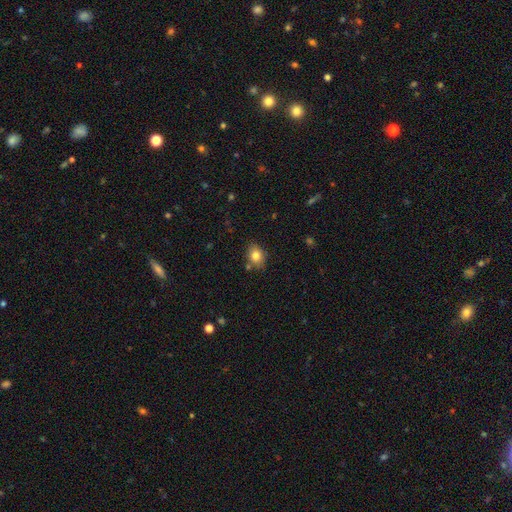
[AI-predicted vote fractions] Q: Smooth or featured?
A: smooth (81%); runner-up: star or artifact (10%)
Q: How rounded?
A: in between (61%); runner-up: round (38%)
Q: Merging?
A: none (77%); runner-up: minor disturbance (14%)